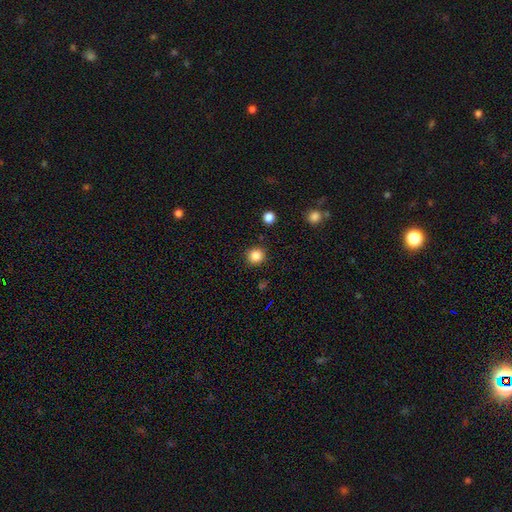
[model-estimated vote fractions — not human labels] Q: Smooth or featured?
A: smooth (84%); runner-up: star or artifact (11%)
Q: How rounded?
A: round (92%); runner-up: in between (7%)
Q: Merging?
A: none (91%); runner-up: minor disturbance (6%)